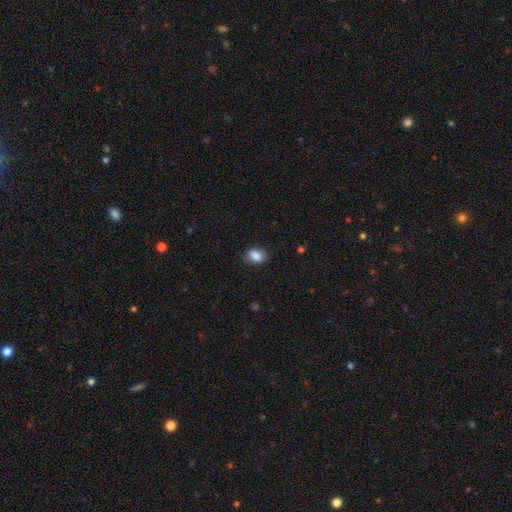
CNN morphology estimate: smooth-or-featured: smooth: 87% | star or artifact: 8% | featured or disk: 5%
  how-rounded: in between: 72% | round: 26% | cigar-shaped: 1%
  merging: none: 81% | minor disturbance: 15% | major disturbance: 3% | merger: 1%